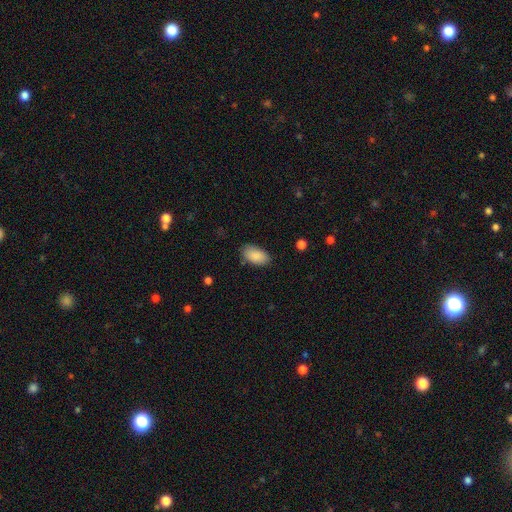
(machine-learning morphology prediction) smooth_or_featured: smooth (p=0.89) [alt: star or artifact p=0.07]
how_rounded: in between (p=0.94) [alt: round p=0.04]
merging: none (p=0.82) [alt: minor disturbance p=0.13]